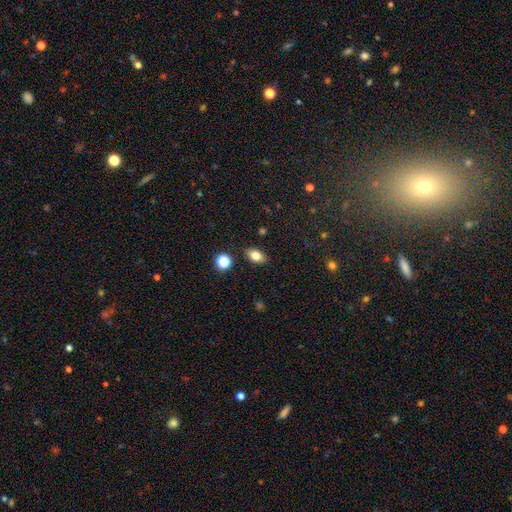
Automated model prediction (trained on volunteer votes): This appears to be a smooth galaxy with no disk features (81%) that is in between round and cigar-shaped (85%). Merging: none (87%).